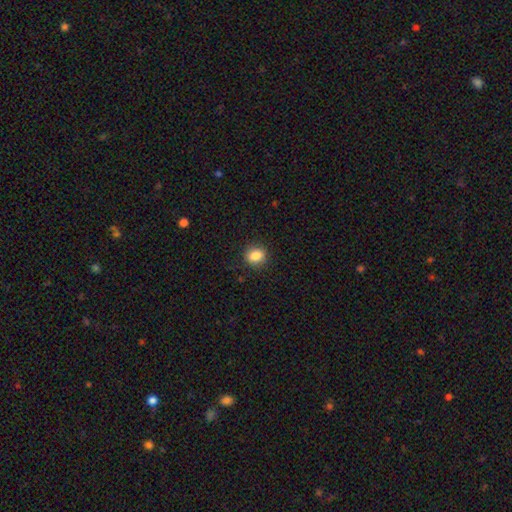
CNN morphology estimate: smooth-or-featured: smooth: 85% | star or artifact: 10% | featured or disk: 5%
  how-rounded: round: 63% | in between: 36% | cigar-shaped: 1%
  merging: none: 88% | minor disturbance: 8% | major disturbance: 2% | merger: 1%